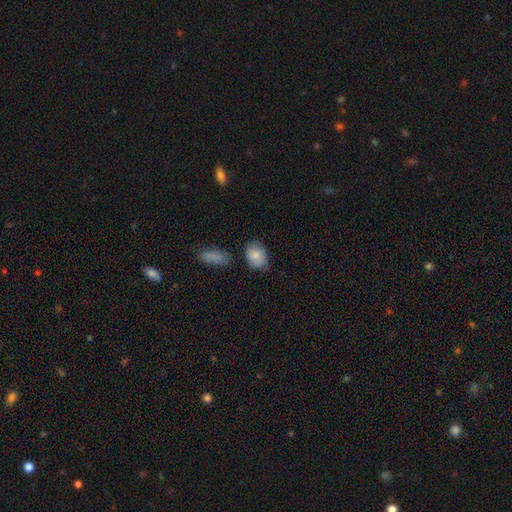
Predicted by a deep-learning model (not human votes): smooth 85%, featured or disk 8%, star or artifact 7%. Down the decision tree: how rounded — in between (74%); merging — none (67%).